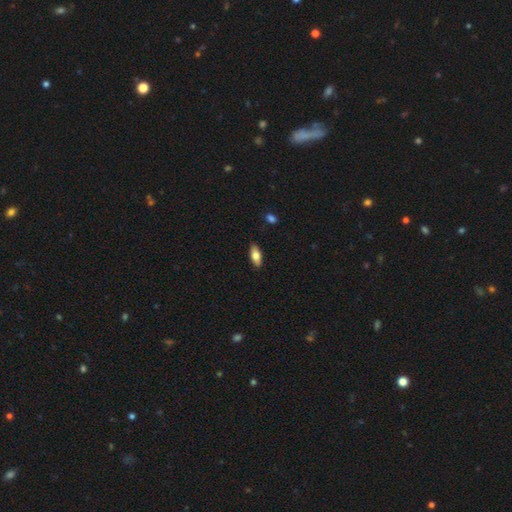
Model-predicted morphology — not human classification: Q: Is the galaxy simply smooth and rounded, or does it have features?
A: smooth — 77%.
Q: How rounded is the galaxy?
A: in between — 83%.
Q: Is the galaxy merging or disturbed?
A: none — 88%.